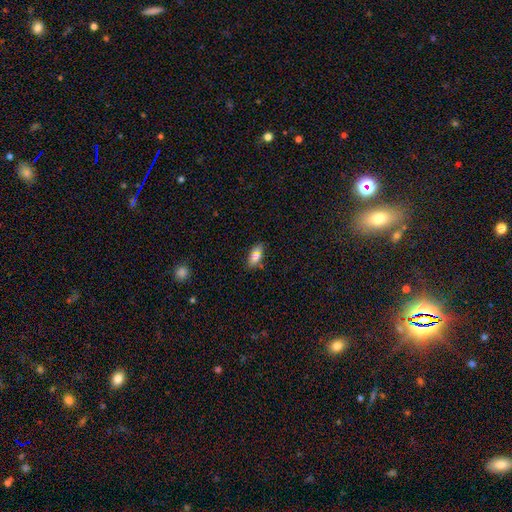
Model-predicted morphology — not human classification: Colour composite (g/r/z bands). It shows a smooth galaxy with no disk features (80%) that is in between round and cigar-shaped (82%). Merging: none (77%).